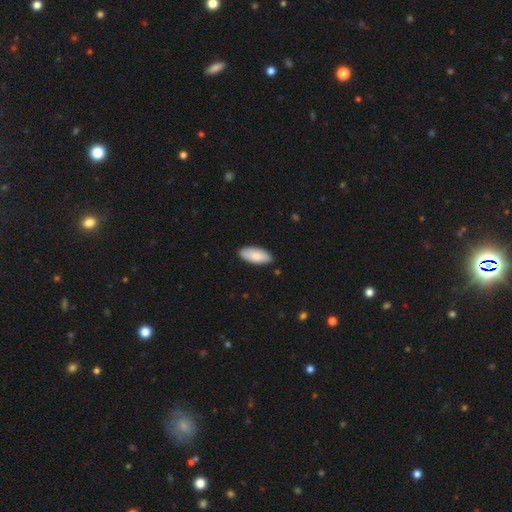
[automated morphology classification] Smooth or featured? Predicted: smooth (p=0.86). How rounded? Predicted: in between (p=0.86). Merging? Predicted: none (p=0.87).